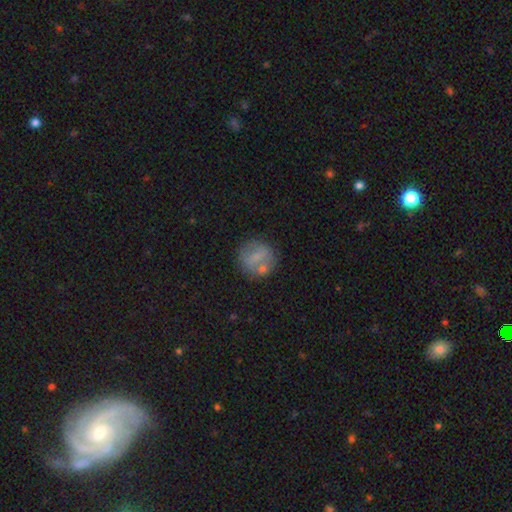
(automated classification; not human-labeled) Smooth or featured?
  - smooth: 64% *
  - featured or disk: 27%
  - star or artifact: 9%
How rounded?
  - round: 87% *
  - in between: 12%
  - cigar-shaped: 1%
Merging?
  - none: 68% *
  - minor disturbance: 14%
  - merger: 12%
  - major disturbance: 6%